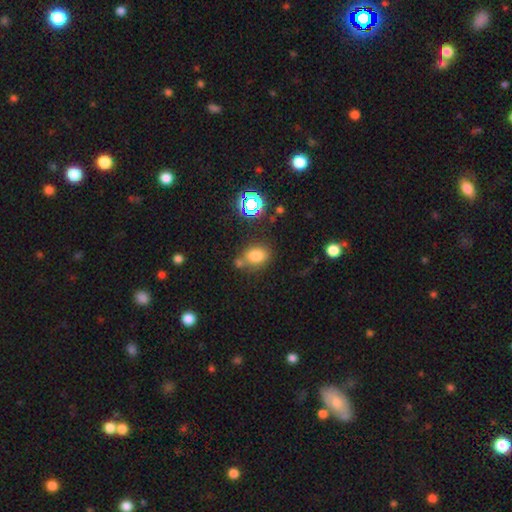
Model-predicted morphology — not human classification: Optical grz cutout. It shows a smooth galaxy with no disk features (74%) that is in between round and cigar-shaped (69%). Merging: none (62%).